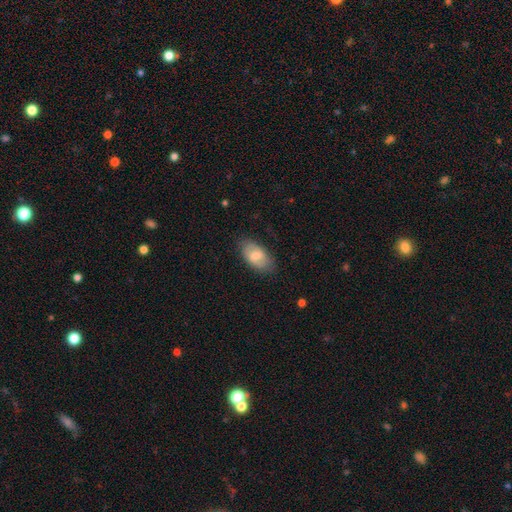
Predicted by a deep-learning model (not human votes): smooth 67%, featured or disk 27%, star or artifact 6%. Down the decision tree: how rounded — in between (94%); merging — none (78%).